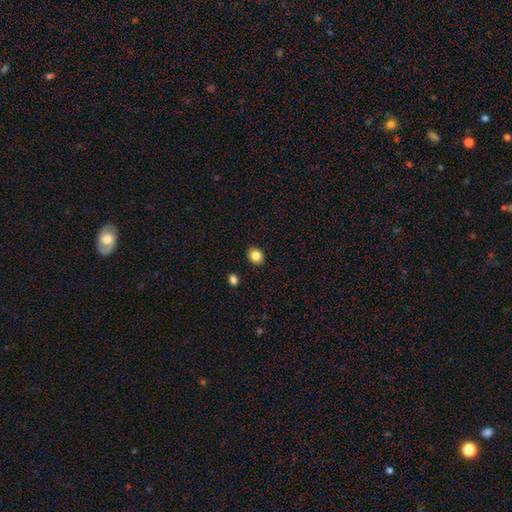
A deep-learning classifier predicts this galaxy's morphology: smooth 85%, star or artifact 10%, featured or disk 5%. Down the decision tree: how rounded — round (66%); merging — none (90%).